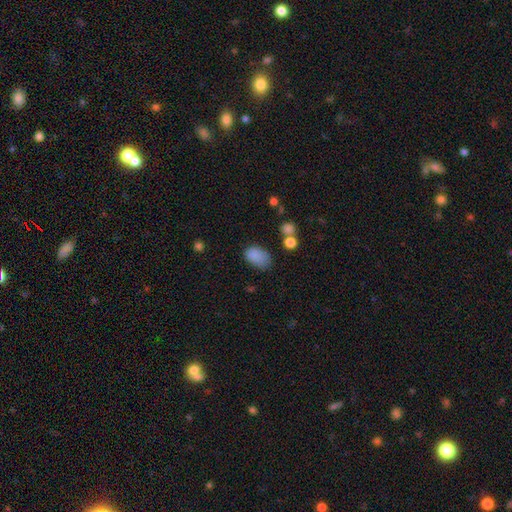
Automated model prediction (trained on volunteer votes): Smooth or featured?
  - smooth: 84% *
  - star or artifact: 10%
  - featured or disk: 6%
How rounded?
  - in between: 87% *
  - round: 12%
  - cigar-shaped: 1%
Merging?
  - none: 57% *
  - minor disturbance: 29%
  - major disturbance: 9%
  - merger: 4%